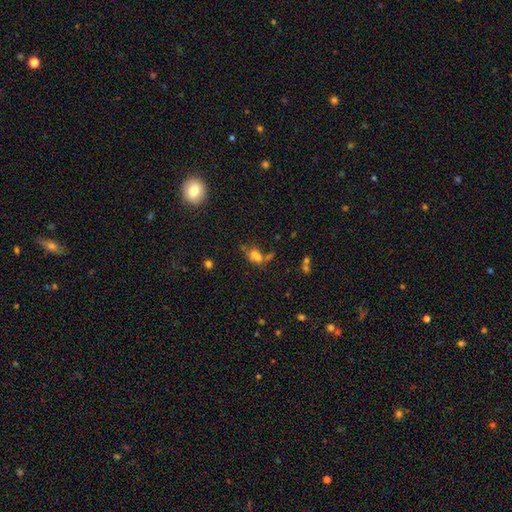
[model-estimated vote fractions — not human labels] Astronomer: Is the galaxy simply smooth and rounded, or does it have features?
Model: smooth — 61%.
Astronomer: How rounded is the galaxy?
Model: in between — 60% (runner-up: round, 37%).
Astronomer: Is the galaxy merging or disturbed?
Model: merger — 45% (runner-up: none, 36%).